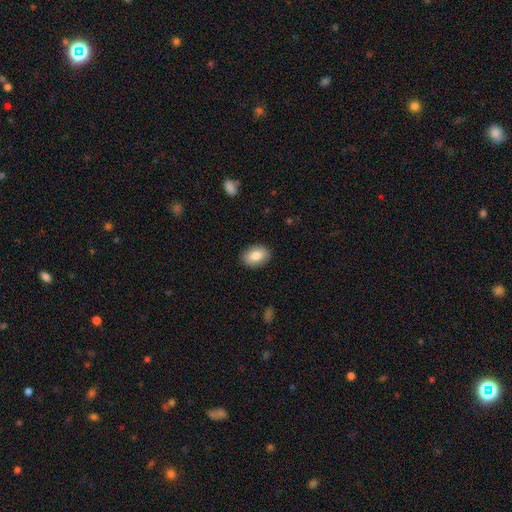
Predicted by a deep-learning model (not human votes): Q: Smooth or featured?
A: smooth (79%); runner-up: featured or disk (14%)
Q: How rounded?
A: in between (78%); runner-up: round (21%)
Q: Merging?
A: none (88%); runner-up: minor disturbance (9%)